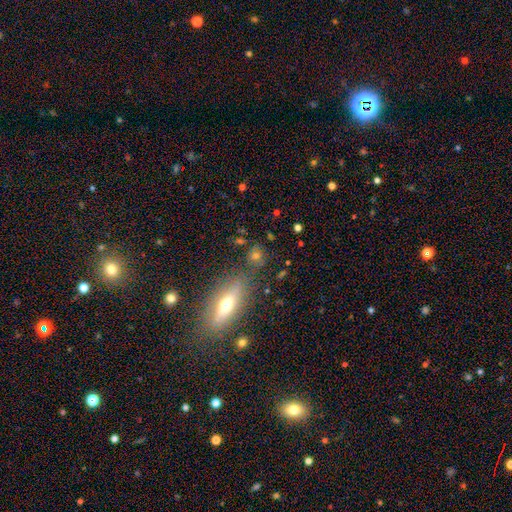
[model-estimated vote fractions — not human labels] This appears to be a smooth galaxy with no disk features (61%) that is round (61%). Merging: none (74%).